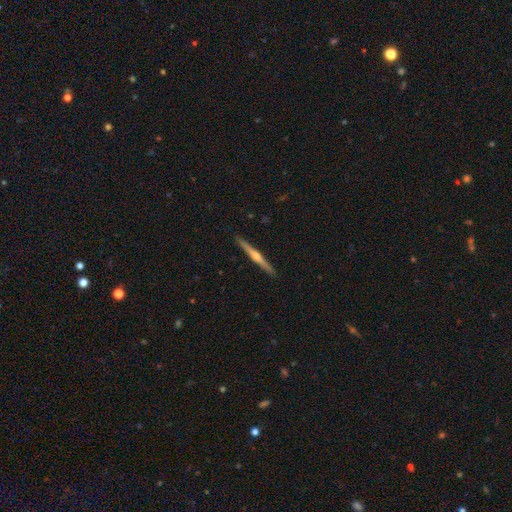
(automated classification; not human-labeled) Smooth or featured: featured or disk — 72% (smooth — 23%)
Edge-on disk: yes — 98% (no — 2%)
Edge-on bulge: rounded — 83% (none — 11%)
Merging: none — 92% (minor disturbance — 6%)